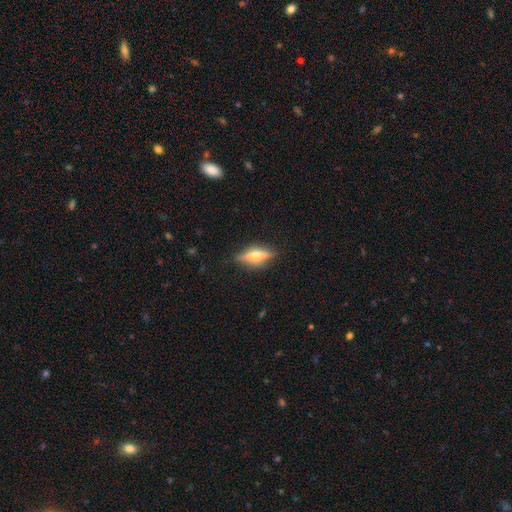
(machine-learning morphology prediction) Smooth or featured: featured or disk — 61% (smooth — 32%)
Edge-on disk: yes — 91% (no — 9%)
Edge-on bulge: rounded — 87% (boxy — 7%)
Merging: none — 85% (minor disturbance — 11%)